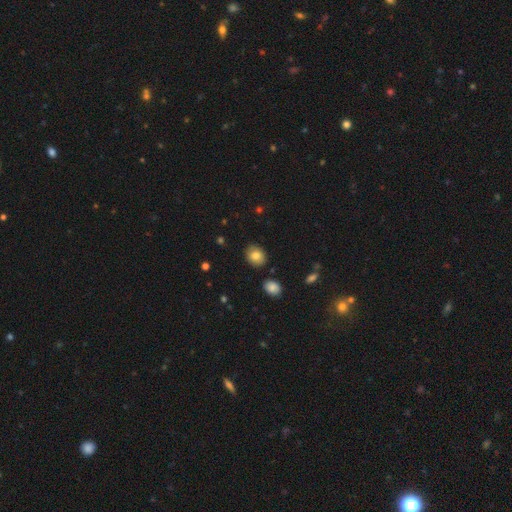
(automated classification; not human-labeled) Q: Smooth or featured?
A: smooth (81%); runner-up: featured or disk (10%)
Q: How rounded?
A: round (60%); runner-up: in between (39%)
Q: Merging?
A: none (85%); runner-up: minor disturbance (10%)